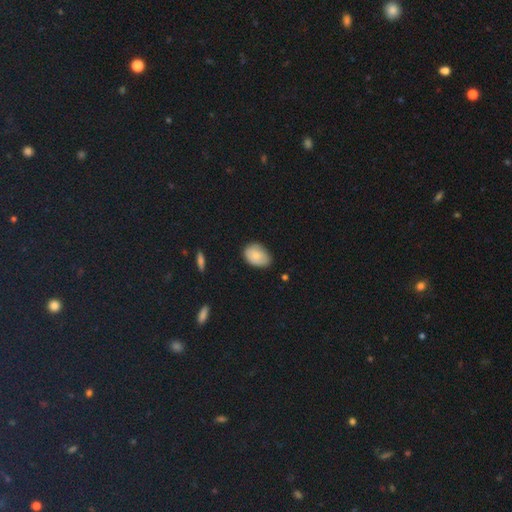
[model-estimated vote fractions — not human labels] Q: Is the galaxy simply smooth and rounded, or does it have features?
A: smooth — 81%.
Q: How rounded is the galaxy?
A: in between — 83%.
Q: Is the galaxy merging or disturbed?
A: none — 69%.